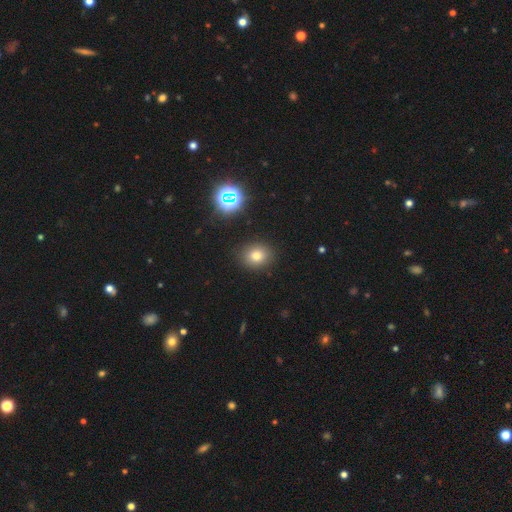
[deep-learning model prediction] Morphology: type=smooth (74%); roundness=round (67%); merging=none (88%).